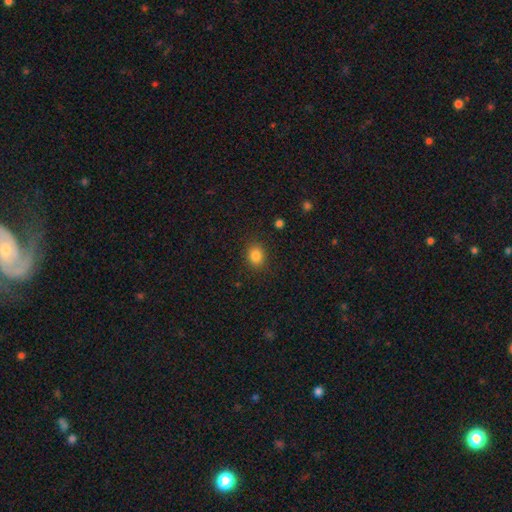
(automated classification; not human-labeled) A smooth galaxy with no disk features (85%) that is round (53%). Merging: none (87%).